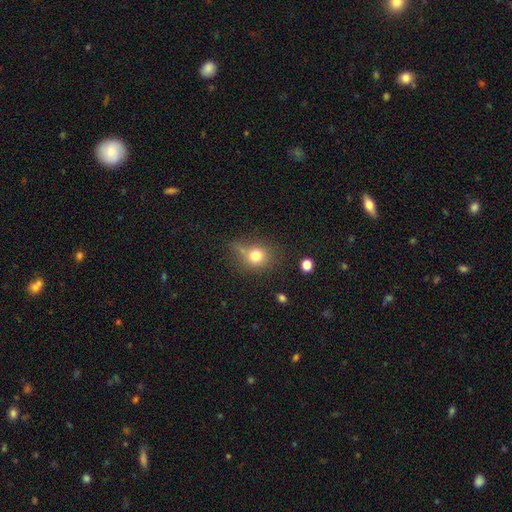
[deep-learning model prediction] A smooth galaxy with no disk features (77%) that is round (76%). Merging: none (57%).